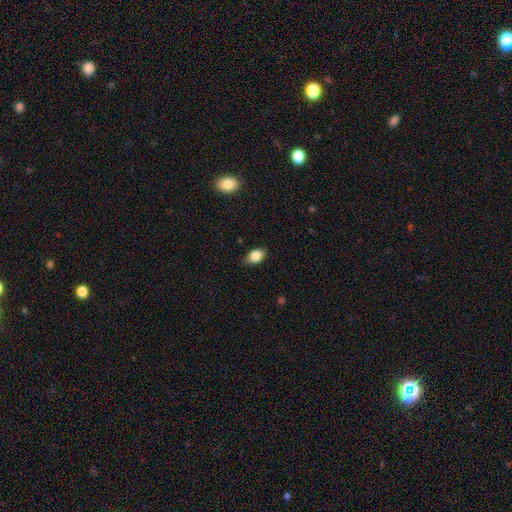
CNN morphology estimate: smooth-or-featured: smooth: 83% | featured or disk: 9% | star or artifact: 8%
  how-rounded: in between: 85% | round: 12% | cigar-shaped: 2%
  merging: none: 80% | minor disturbance: 16% | major disturbance: 3% | merger: 1%